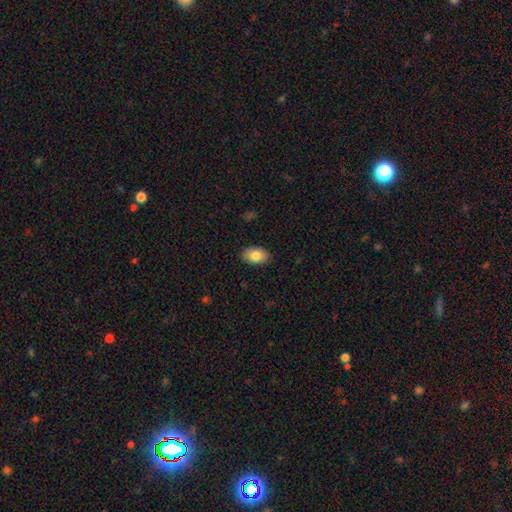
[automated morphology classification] Smooth or featured? Predicted: smooth (p=0.84). How rounded? Predicted: in between (p=0.90). Merging? Predicted: none (p=0.89).